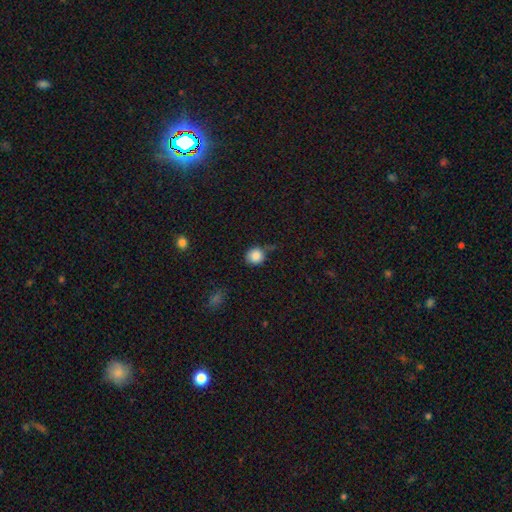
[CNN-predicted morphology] A smooth galaxy with no disk features (86%) that is round (88%).

Vote fractions:
- Smooth or featured? smooth: 86% / star or artifact: 10% / featured or disk: 5%
- How rounded? round: 88% / in between: 11% / cigar-shaped: 1%
- Merging? none: 63% / minor disturbance: 26% / major disturbance: 6% / merger: 5%